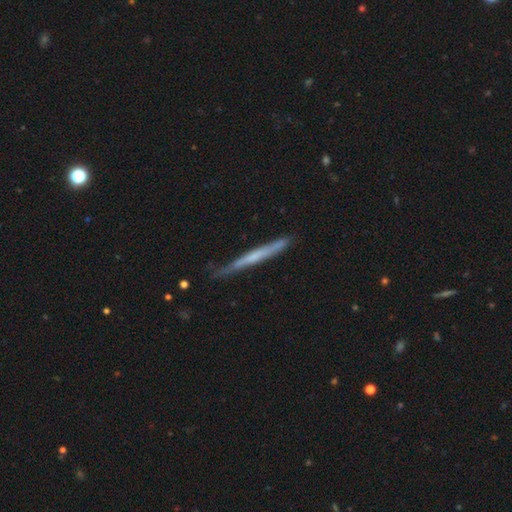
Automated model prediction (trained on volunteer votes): smooth_or_featured: featured or disk (p=0.51) [alt: smooth p=0.43]
disk_edge_on: yes (p=0.95) [alt: no p=0.05]
merging: none (p=0.72) [alt: minor disturbance p=0.22]